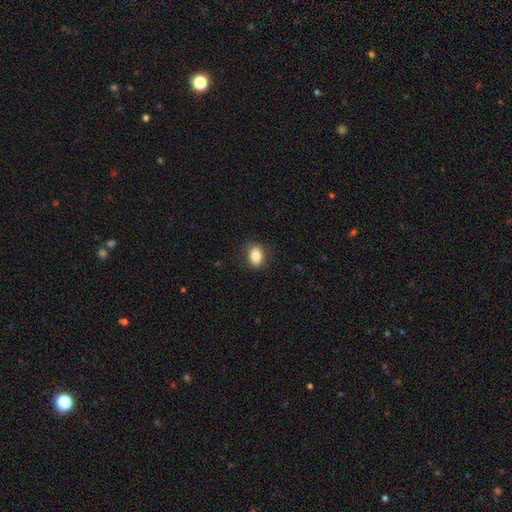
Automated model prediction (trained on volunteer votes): Smooth or featured? smooth (85%)
How rounded? in between (73%)
Merging? none (85%)